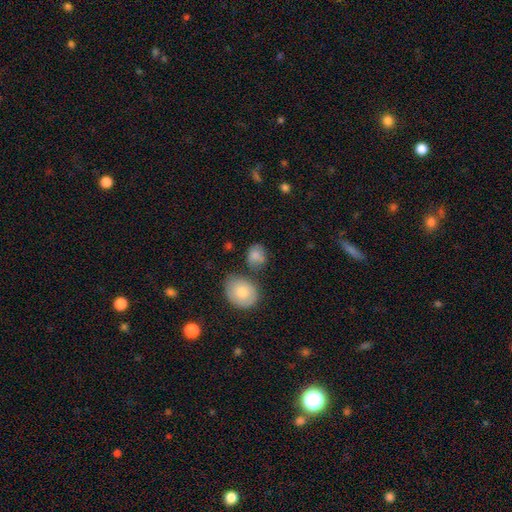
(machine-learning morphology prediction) This is clearly a smooth galaxy (82%). How rounded: likely round (60%). Merging: possibly none (57%).